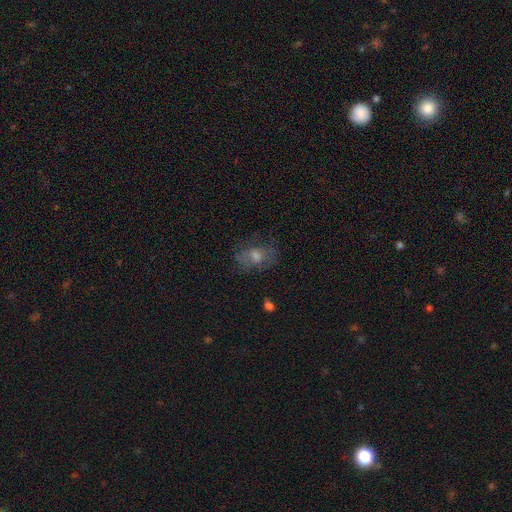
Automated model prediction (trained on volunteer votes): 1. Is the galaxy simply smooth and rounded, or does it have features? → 48% smooth, 32% featured or disk, 19% star or artifact.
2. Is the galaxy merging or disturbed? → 63% none, 22% minor disturbance, 13% major disturbance, 2% merger.